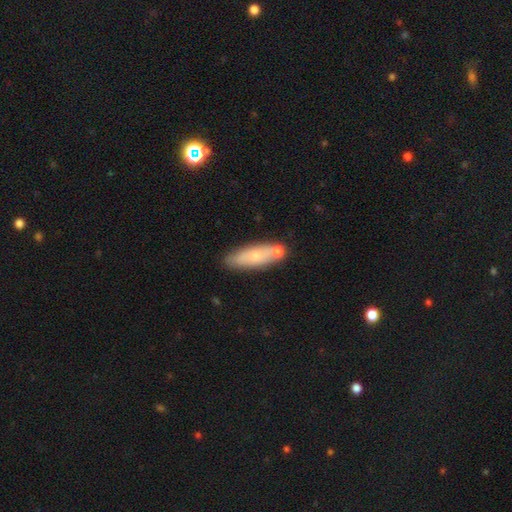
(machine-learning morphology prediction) This appears to be a smooth galaxy with no disk features (63%) that is cigar-shaped (52%). Merging: none (69%).